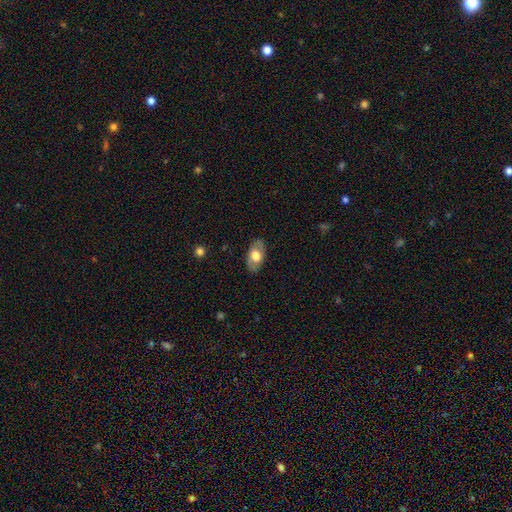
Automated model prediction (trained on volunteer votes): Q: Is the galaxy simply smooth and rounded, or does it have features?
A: smooth — 59%.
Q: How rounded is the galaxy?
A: in between — 92%.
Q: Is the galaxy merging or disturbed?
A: none — 83%.